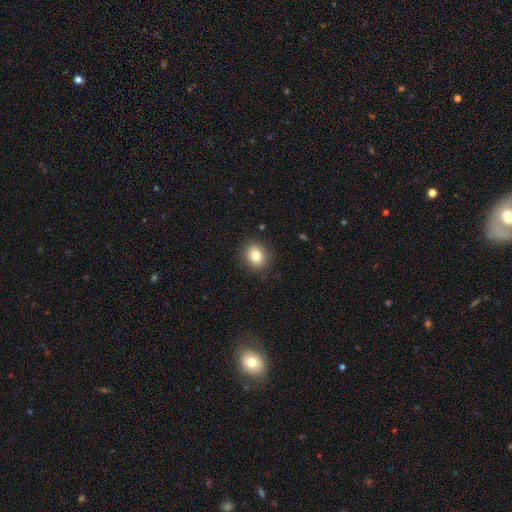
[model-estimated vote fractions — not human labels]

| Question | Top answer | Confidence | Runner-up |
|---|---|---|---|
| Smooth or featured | smooth | 82% | star or artifact (10%) |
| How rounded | round | 69% | in between (30%) |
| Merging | none | 88% | minor disturbance (8%) |